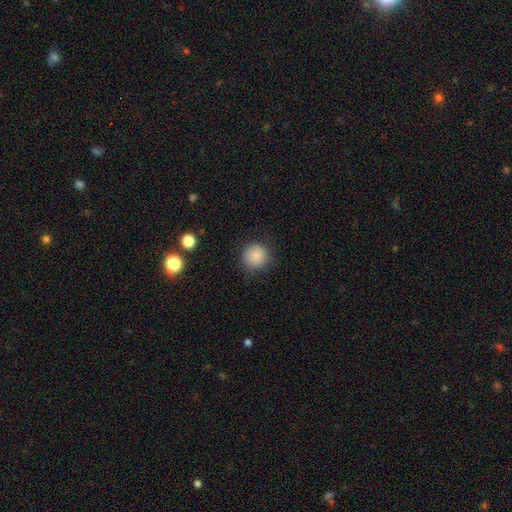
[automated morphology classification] type=smooth (86%); roundness=round (92%); merging=none (85%).